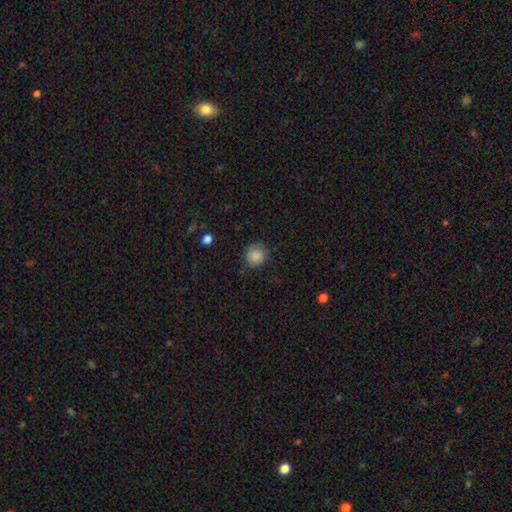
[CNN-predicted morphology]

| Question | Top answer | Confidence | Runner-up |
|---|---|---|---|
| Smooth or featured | smooth | 87% | star or artifact (9%) |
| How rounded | round | 89% | in between (11%) |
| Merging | none | 80% | minor disturbance (15%) |